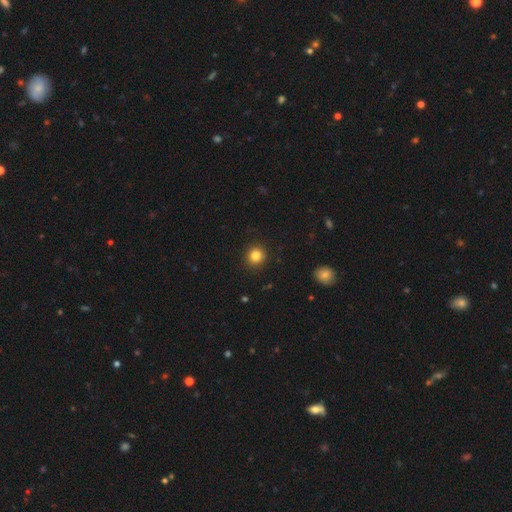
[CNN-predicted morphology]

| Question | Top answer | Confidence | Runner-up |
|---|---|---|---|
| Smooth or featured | smooth | 83% | star or artifact (12%) |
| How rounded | round | 91% | in between (8%) |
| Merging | none | 91% | minor disturbance (6%) |